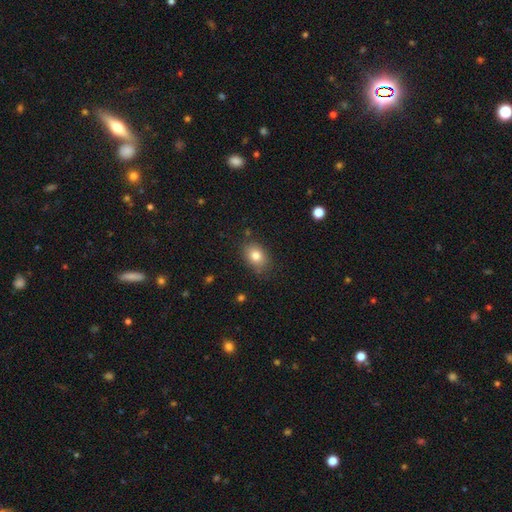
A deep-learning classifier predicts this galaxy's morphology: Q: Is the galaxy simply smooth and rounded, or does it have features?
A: smooth — 80%.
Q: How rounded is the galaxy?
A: in between — 73%.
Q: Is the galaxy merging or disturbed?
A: none — 81%.